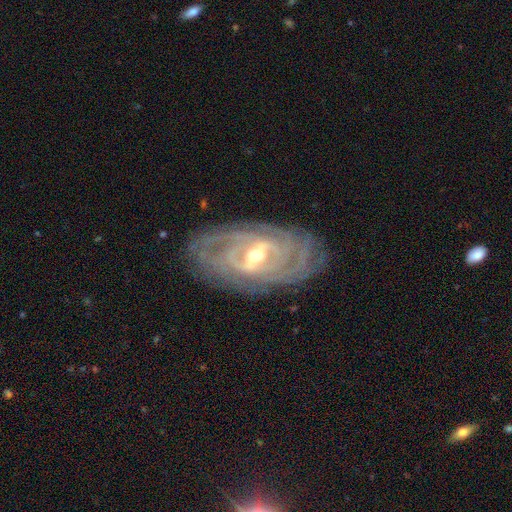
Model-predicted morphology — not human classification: Q: Smooth or featured?
A: featured or disk (90%); runner-up: smooth (5%)
Q: Edge-on disk?
A: no (94%); runner-up: yes (6%)
Q: Bar?
A: strong (51%); runner-up: weak (37%)
Q: Spiral arms?
A: yes (95%); runner-up: no (5%)
Q: Spiral winding?
A: tight (74%); runner-up: medium (22%)
Q: Spiral arm count?
A: can't tell (31%); runner-up: 2 (23%)
Q: Bulge size?
A: moderate (58%); runner-up: small (37%)
Q: Merging?
A: none (79%); runner-up: minor disturbance (14%)